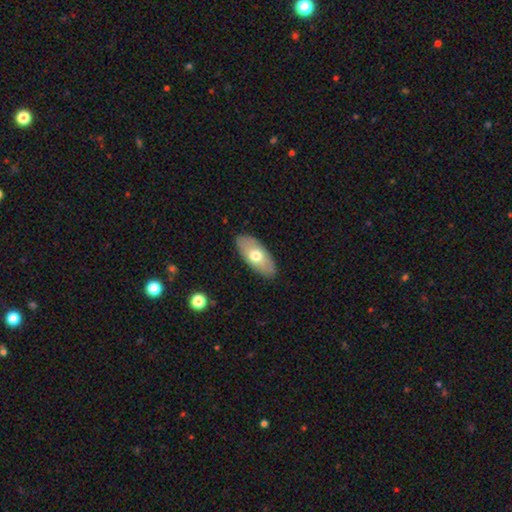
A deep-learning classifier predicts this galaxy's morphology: type=smooth (64%); roundness=in between (89%); merging=none (87%).